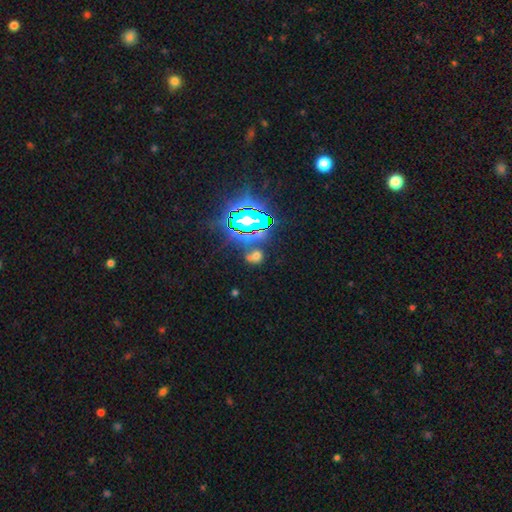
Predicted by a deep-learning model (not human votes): star or artifact 47%, smooth 41%, featured or disk 13%.